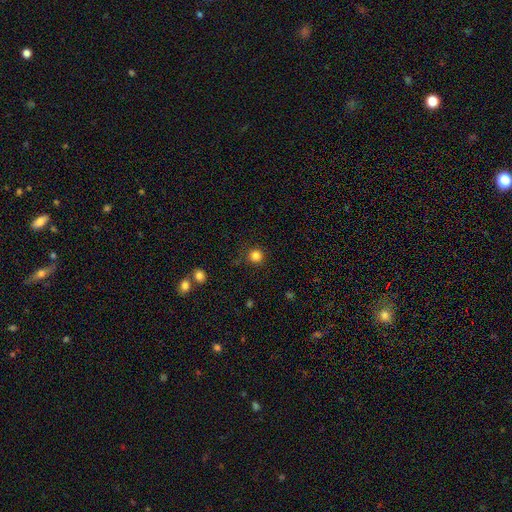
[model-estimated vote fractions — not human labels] A smooth galaxy with no disk features (83%) that is round (95%). Merging: none (88%).